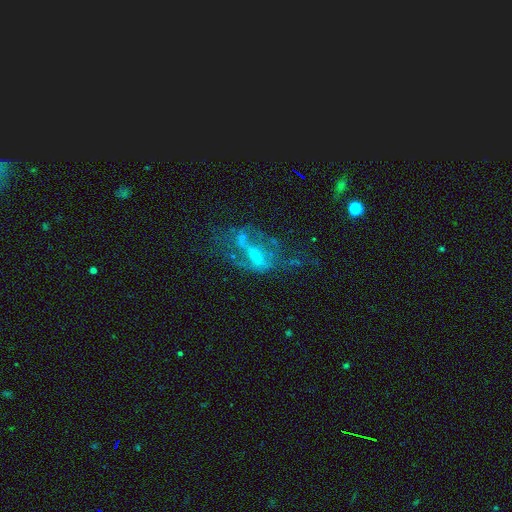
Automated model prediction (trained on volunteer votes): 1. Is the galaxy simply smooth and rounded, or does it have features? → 69% featured or disk, 17% smooth, 15% star or artifact.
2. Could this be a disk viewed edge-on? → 92% no, 8% yes.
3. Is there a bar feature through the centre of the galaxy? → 40% weak, 35% no, 26% strong.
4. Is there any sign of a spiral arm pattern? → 54% no, 46% yes.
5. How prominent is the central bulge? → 35% small, 31% none, 29% moderate, 4% large, 1% dominant.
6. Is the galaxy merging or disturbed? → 38% major disturbance, 36% none, 17% minor disturbance, 9% merger.